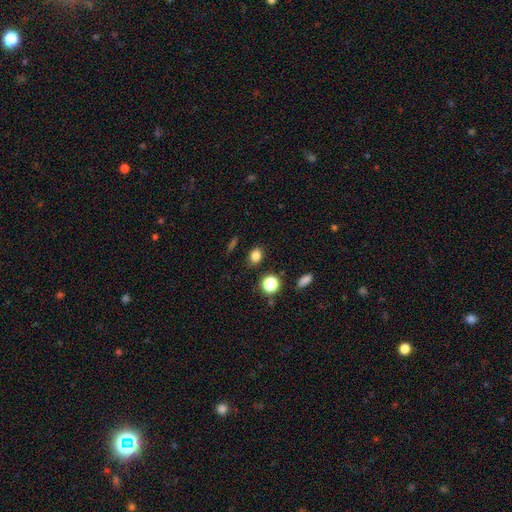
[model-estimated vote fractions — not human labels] Q: Smooth or featured?
A: smooth (80%); runner-up: star or artifact (14%)
Q: How rounded?
A: in between (51%); runner-up: round (48%)
Q: Merging?
A: none (84%); runner-up: minor disturbance (10%)